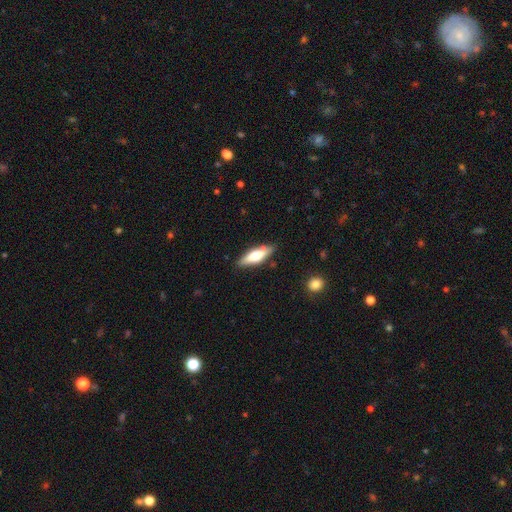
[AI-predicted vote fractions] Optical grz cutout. It shows a smooth galaxy with no disk features (57%) that is cigar-shaped (50%). Merging: none (85%).